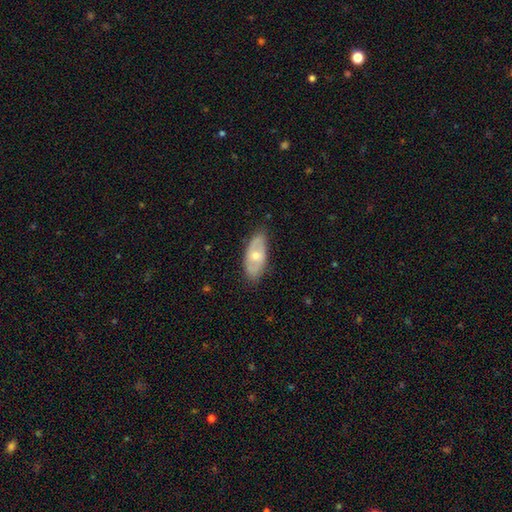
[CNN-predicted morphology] smooth 49%, featured or disk 45%, star or artifact 6%. Down the decision tree: merging — none (79%).